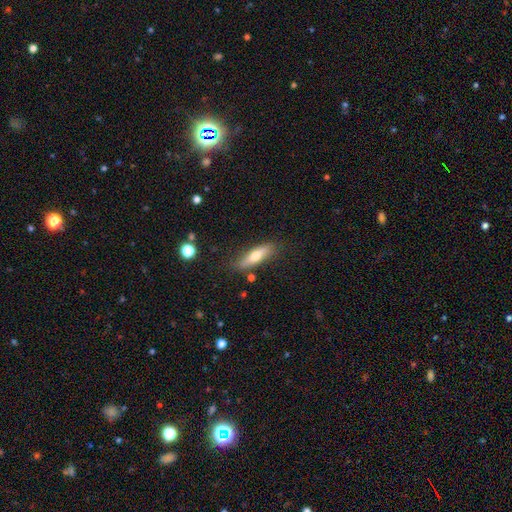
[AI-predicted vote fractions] Smooth or featured? smooth (61%)
How rounded? cigar-shaped (62%)
Merging? none (77%)